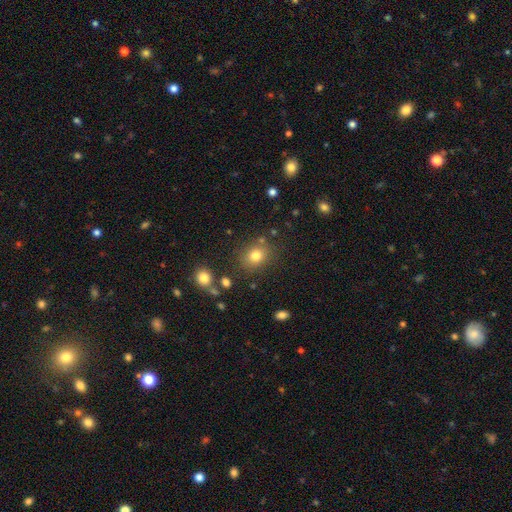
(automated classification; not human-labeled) Smooth or featured?
  - smooth: 78% *
  - star or artifact: 14%
  - featured or disk: 9%
How rounded?
  - round: 62% *
  - in between: 37%
  - cigar-shaped: 1%
Merging?
  - none: 80% *
  - minor disturbance: 11%
  - merger: 5%
  - major disturbance: 4%